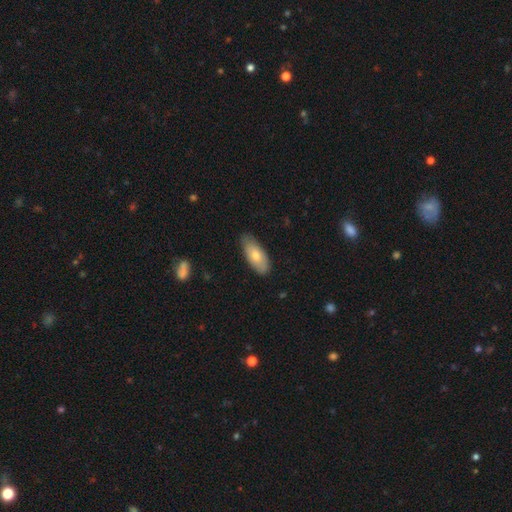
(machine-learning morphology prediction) Q: Smooth or featured?
A: smooth (74%); runner-up: featured or disk (20%)
Q: How rounded?
A: in between (84%); runner-up: cigar-shaped (14%)
Q: Merging?
A: none (76%); runner-up: minor disturbance (20%)